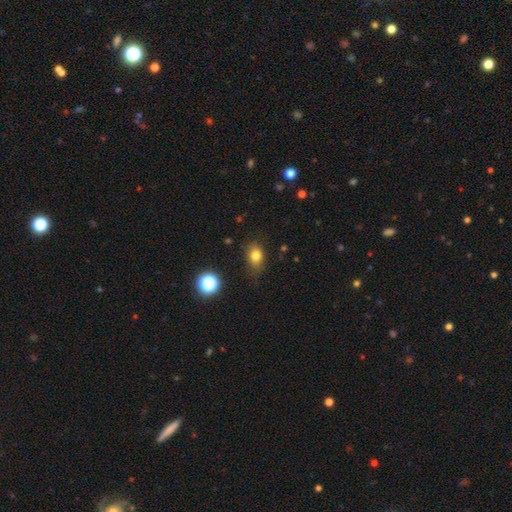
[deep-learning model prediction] Smooth or featured? smooth (79%)
How rounded? in between (65%)
Merging? none (73%)